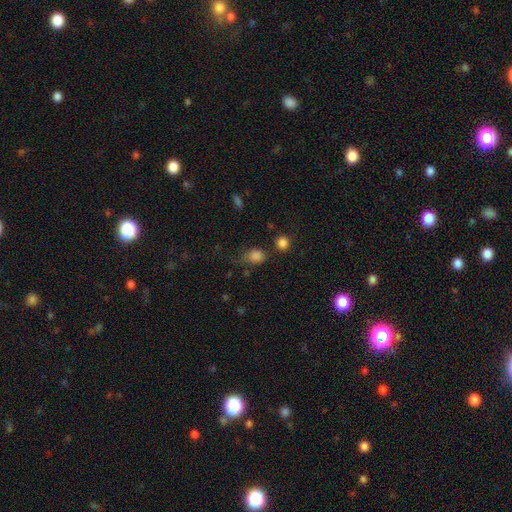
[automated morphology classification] This is clearly a smooth galaxy (80%). How rounded: possibly round (54%). Merging: possibly none (50%).